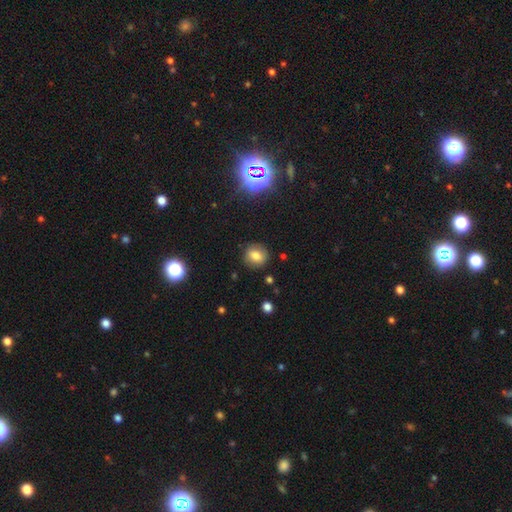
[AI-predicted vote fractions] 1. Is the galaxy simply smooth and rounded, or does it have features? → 76% smooth, 12% star or artifact, 12% featured or disk.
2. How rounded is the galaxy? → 78% round, 21% in between, 1% cigar-shaped.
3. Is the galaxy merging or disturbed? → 87% none, 9% minor disturbance, 3% major disturbance, 2% merger.